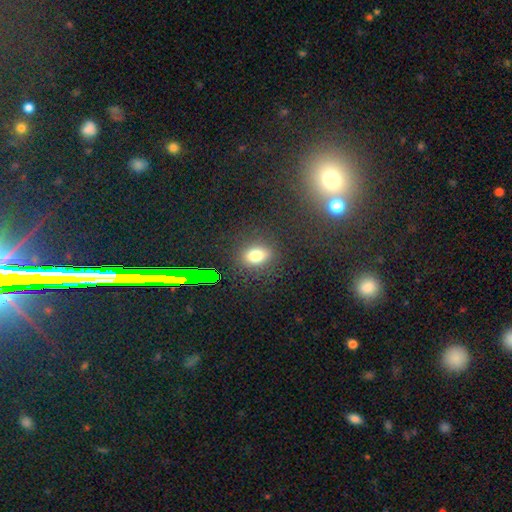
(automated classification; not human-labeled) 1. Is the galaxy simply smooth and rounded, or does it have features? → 73% smooth, 17% star or artifact, 9% featured or disk.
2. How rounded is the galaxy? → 55% in between, 42% round, 3% cigar-shaped.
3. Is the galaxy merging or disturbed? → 85% none, 10% minor disturbance, 4% major disturbance, 2% merger.